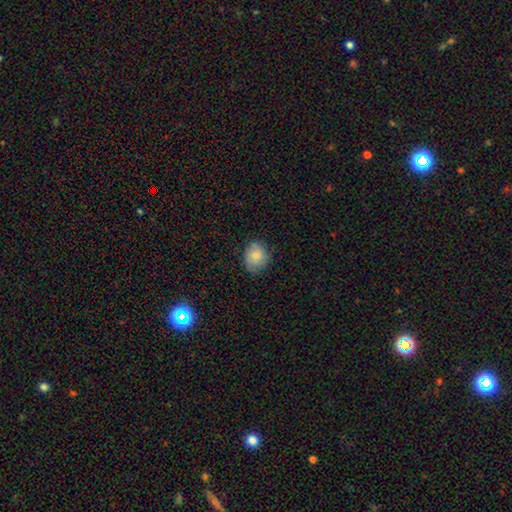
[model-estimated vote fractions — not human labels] smooth 80%, featured or disk 12%, star or artifact 8%. Down the decision tree: how rounded — round (60%); merging — none (76%).